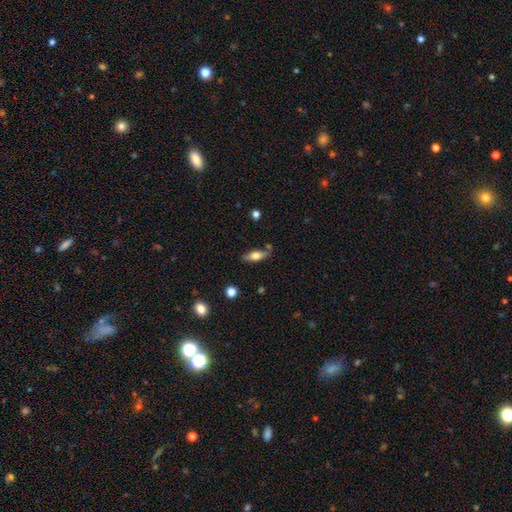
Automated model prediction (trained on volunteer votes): The model was most divided on "smooth or featured": smooth: 57%, featured or disk: 36%, star or artifact: 7%. More confident: merging — none (76%); how rounded — in between (62%).